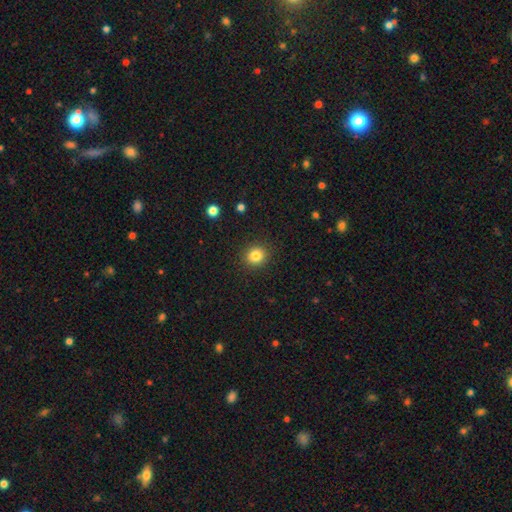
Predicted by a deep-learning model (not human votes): Smooth or featured: smooth — 82% (star or artifact — 11%)
How rounded: round — 86% (in between — 14%)
Merging: none — 91% (minor disturbance — 6%)